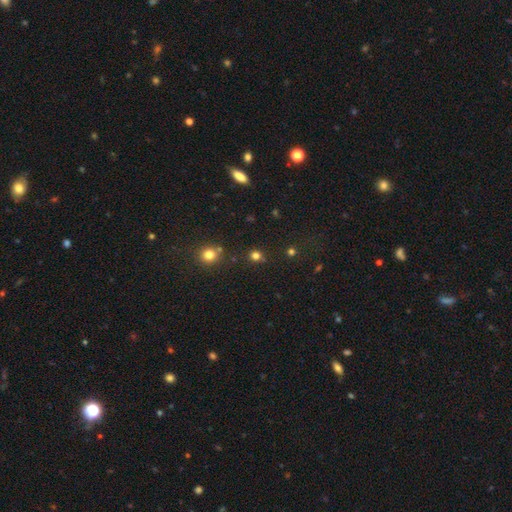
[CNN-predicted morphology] smooth_or_featured: smooth (p=0.75) [alt: star or artifact p=0.20]
how_rounded: round (p=0.84) [alt: in between p=0.15]
merging: none (p=0.80) [alt: minor disturbance p=0.09]